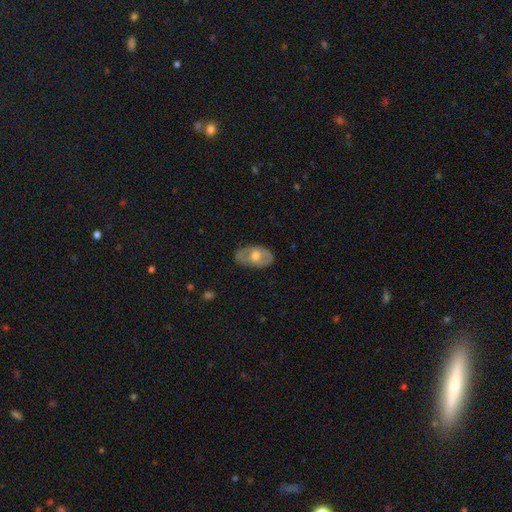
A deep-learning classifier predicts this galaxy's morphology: Smooth or featured? Predicted: smooth (p=0.49). Merging? Predicted: none (p=0.72).